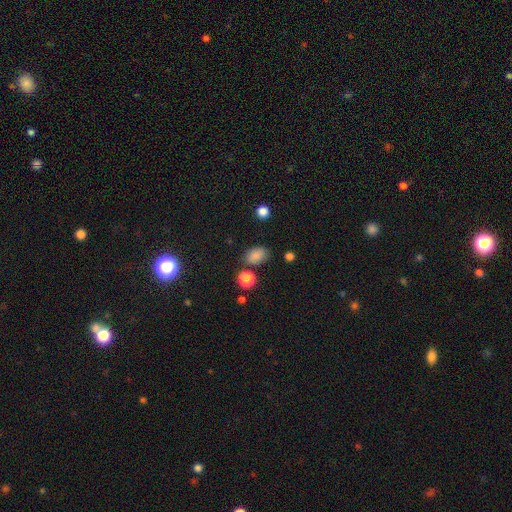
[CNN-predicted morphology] Overall: smooth (83%). How rounded: in between (83%). Merging: none (75%).